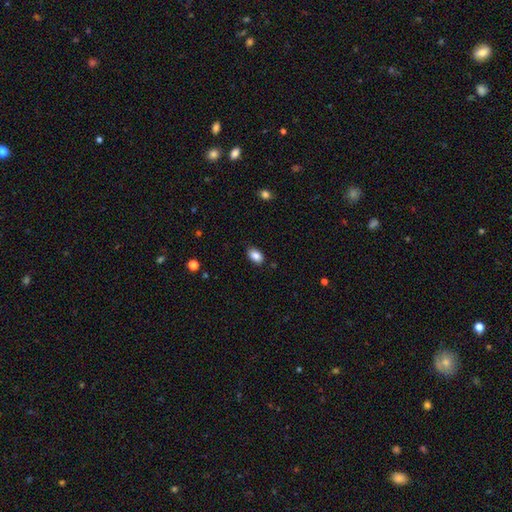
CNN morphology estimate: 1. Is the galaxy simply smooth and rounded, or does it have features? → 87% smooth, 8% star or artifact, 5% featured or disk.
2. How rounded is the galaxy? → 88% in between, 10% round, 1% cigar-shaped.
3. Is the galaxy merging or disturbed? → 86% none, 11% minor disturbance, 2% major disturbance, 1% merger.